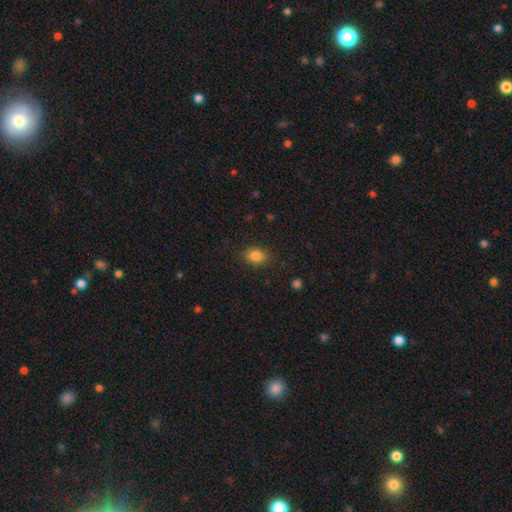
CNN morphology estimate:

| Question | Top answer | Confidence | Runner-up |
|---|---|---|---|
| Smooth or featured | smooth | 84% | star or artifact (10%) |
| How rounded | in between | 64% | round (35%) |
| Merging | none | 85% | minor disturbance (10%) |